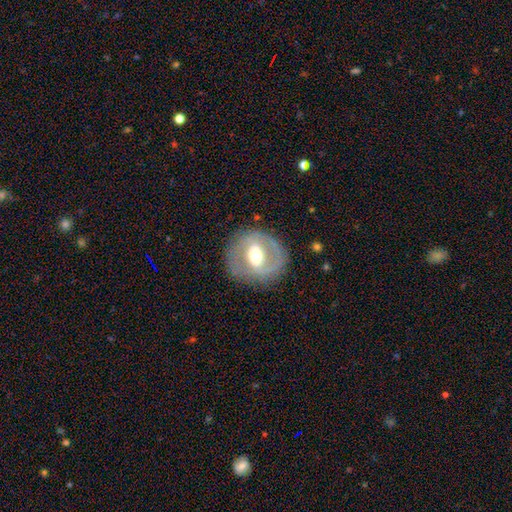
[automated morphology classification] A featured or disk galaxy (68%) with a weak bar (45%), spiral arms (62%) and a moderate central bulge (69%). Merging: none (81%).